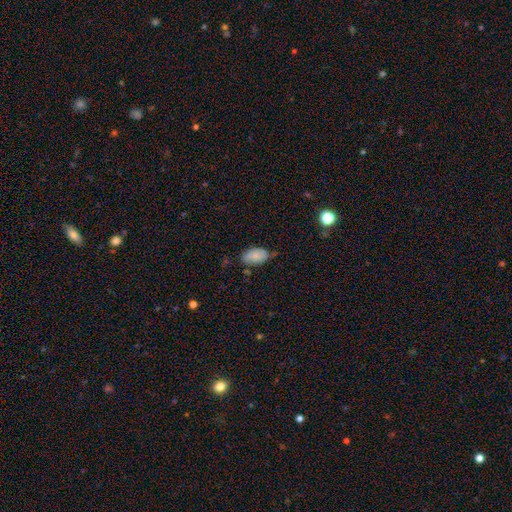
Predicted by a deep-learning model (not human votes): Smooth or featured?
  - smooth: 81% *
  - featured or disk: 12%
  - star or artifact: 7%
How rounded?
  - in between: 93% *
  - round: 5%
  - cigar-shaped: 2%
Merging?
  - none: 60% *
  - minor disturbance: 30%
  - major disturbance: 6%
  - merger: 4%